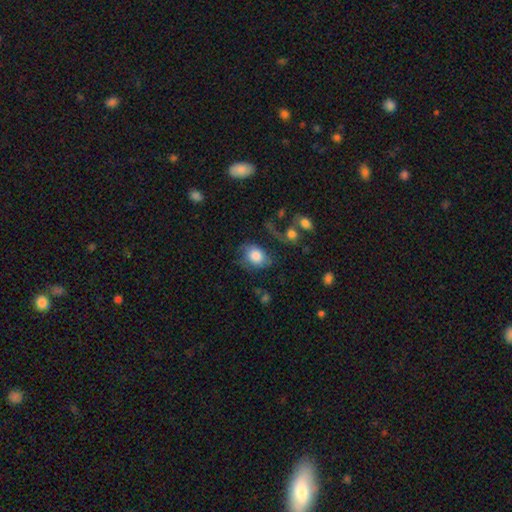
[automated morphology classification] type=smooth (70%); roundness=in between (65%); merging=none (47%).